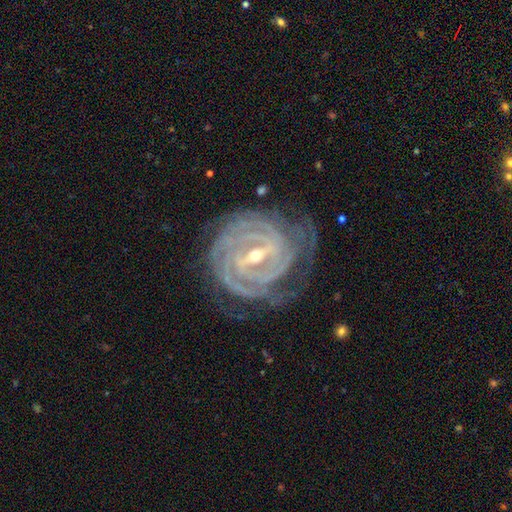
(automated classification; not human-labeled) Smooth or featured? Predicted: featured or disk (p=0.93). Edge-on disk? Predicted: no (p=0.97). Bar? Predicted: strong (p=0.60). Spiral arms? Predicted: yes (p=0.98). Spiral winding? Predicted: tight (p=0.84). Spiral arm count? Predicted: 4 (p=0.30). Bulge size? Predicted: small (p=0.56). Merging? Predicted: none (p=0.72).